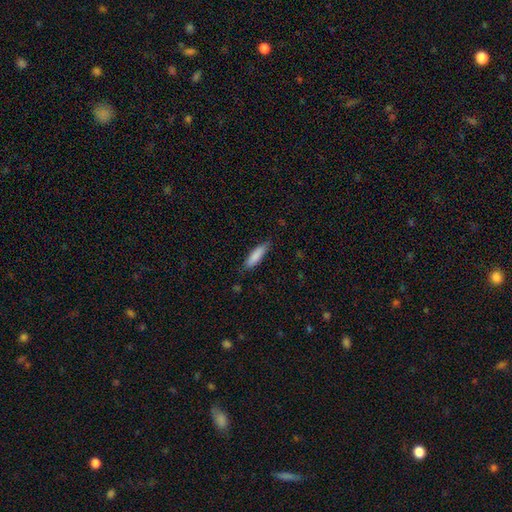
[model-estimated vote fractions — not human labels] Q: Smooth or featured?
A: smooth (86%); runner-up: featured or disk (8%)
Q: How rounded?
A: cigar-shaped (68%); runner-up: in between (31%)
Q: Merging?
A: none (81%); runner-up: minor disturbance (15%)